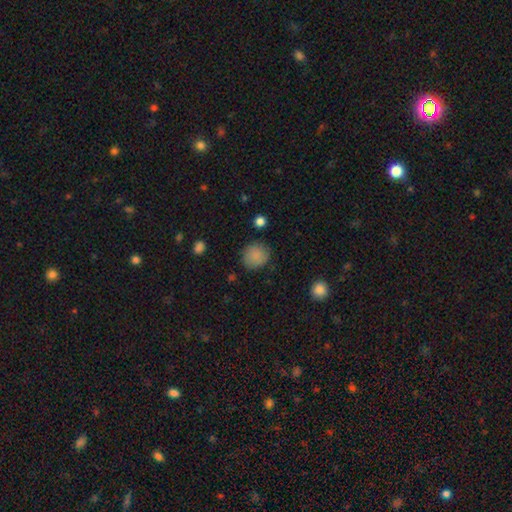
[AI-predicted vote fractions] A smooth galaxy with no disk features (86%) that is round (84%). Merging: none (83%).